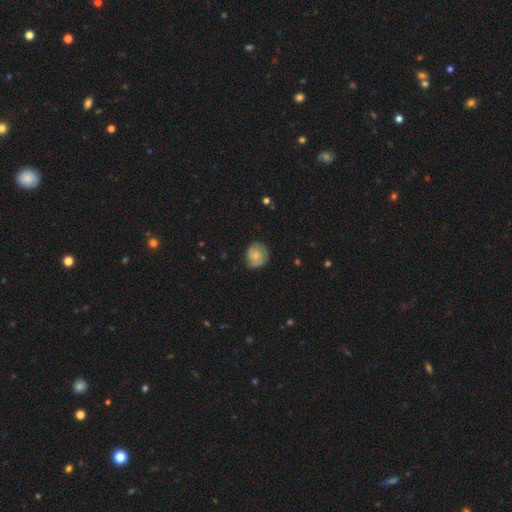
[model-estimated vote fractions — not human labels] This is possibly a featured or disk galaxy (48%). Merging: likely none (72%).